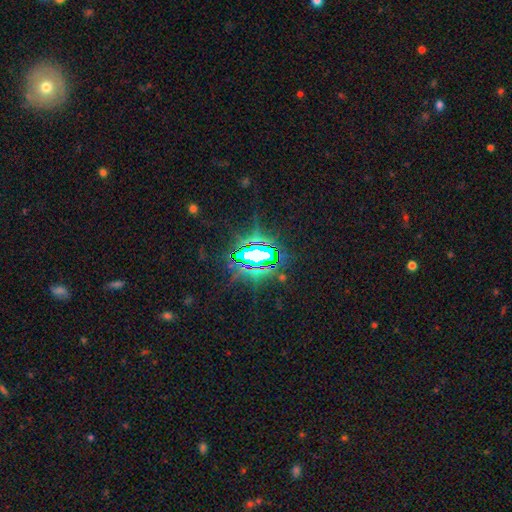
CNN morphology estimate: The model was most divided on "smooth or featured": star or artifact: 79%, featured or disk: 12%, smooth: 9%.